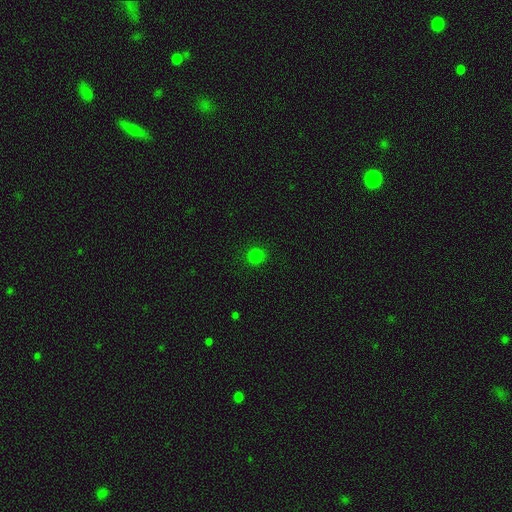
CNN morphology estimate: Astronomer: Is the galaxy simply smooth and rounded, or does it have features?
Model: smooth — 81%.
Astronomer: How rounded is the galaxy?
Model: round — 92%.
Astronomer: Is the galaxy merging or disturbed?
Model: none — 91%.